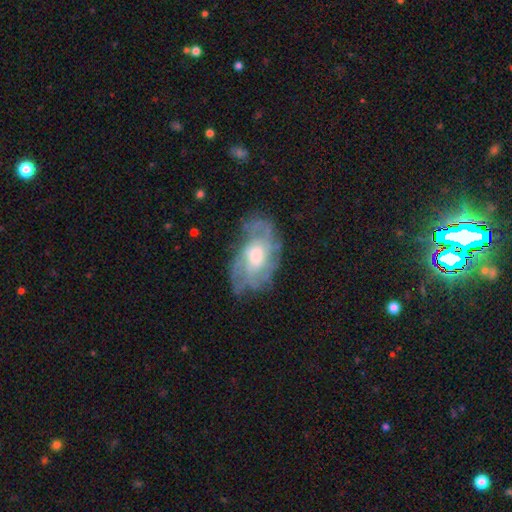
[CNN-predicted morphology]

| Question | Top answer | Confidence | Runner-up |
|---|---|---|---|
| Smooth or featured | featured or disk | 72% | smooth (21%) |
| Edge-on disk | no | 95% | yes (5%) |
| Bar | no | 72% | weak (24%) |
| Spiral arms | yes | 83% | no (17%) |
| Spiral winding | tight | 47% | medium (38%) |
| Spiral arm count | can't tell | 51% | 2 (16%) |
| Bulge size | moderate | 57% | large (22%) |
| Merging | none | 66% | minor disturbance (22%) |